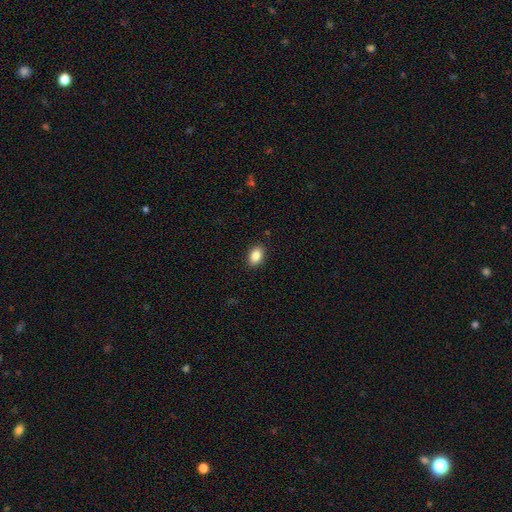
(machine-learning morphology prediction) A smooth galaxy with no disk features (85%) that is in between round and cigar-shaped (84%). Merging: none (89%).